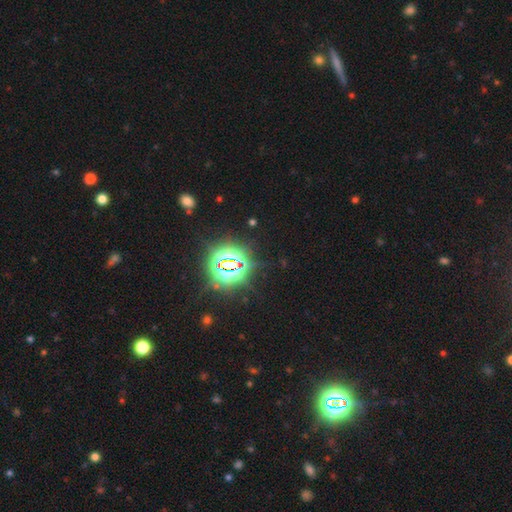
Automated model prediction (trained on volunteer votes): Q: Smooth or featured?
A: star or artifact (82%); runner-up: smooth (11%)